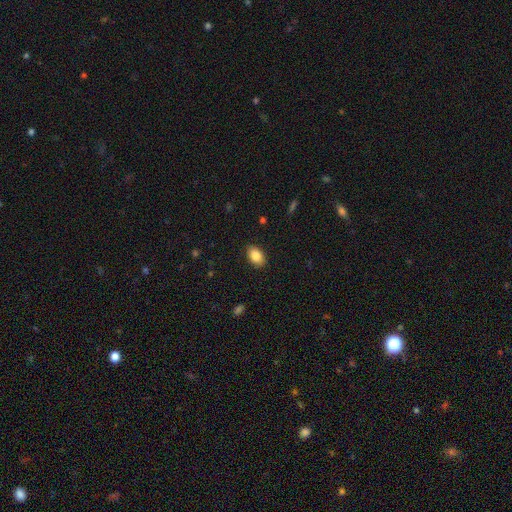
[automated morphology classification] The model was most divided on "smooth or featured": smooth: 86%, star or artifact: 8%, featured or disk: 7%. More confident: merging — none (89%); how rounded — in between (88%).